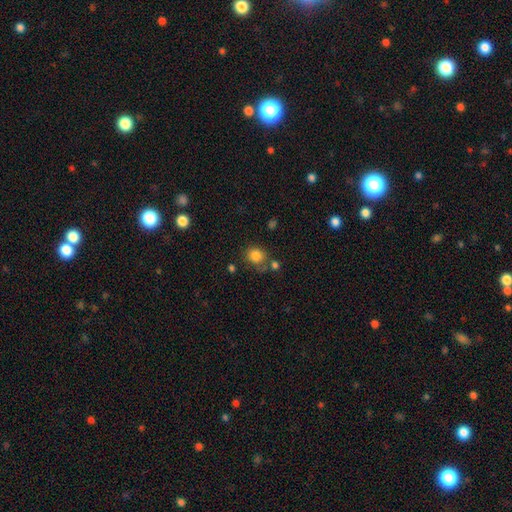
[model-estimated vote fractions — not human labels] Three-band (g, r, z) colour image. It shows a smooth galaxy with no disk features (83%) that is round (78%). Merging: none (65%).